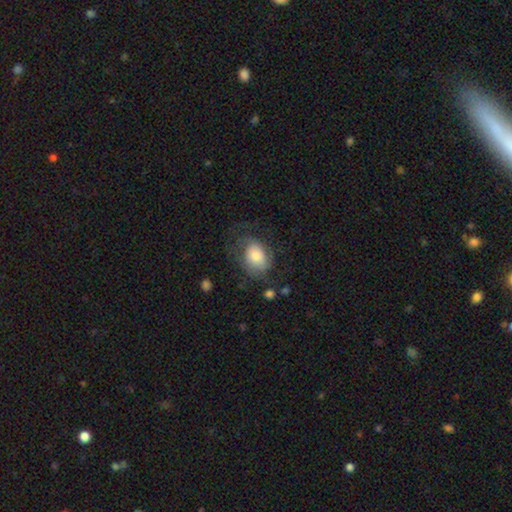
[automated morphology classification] smooth-or-featured: smooth: 68% | featured or disk: 24% | star or artifact: 8%
  how-rounded: in between: 64% | round: 35% | cigar-shaped: 1%
  merging: none: 52% | minor disturbance: 25% | major disturbance: 20% | merger: 2%